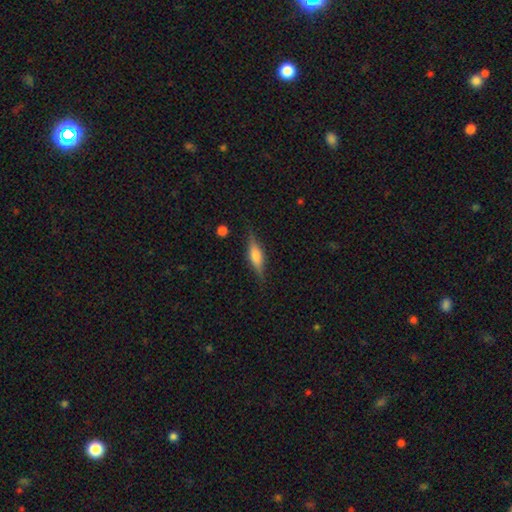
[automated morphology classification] Overall: smooth (48%; featured or disk 45%). Merging: none (82%).